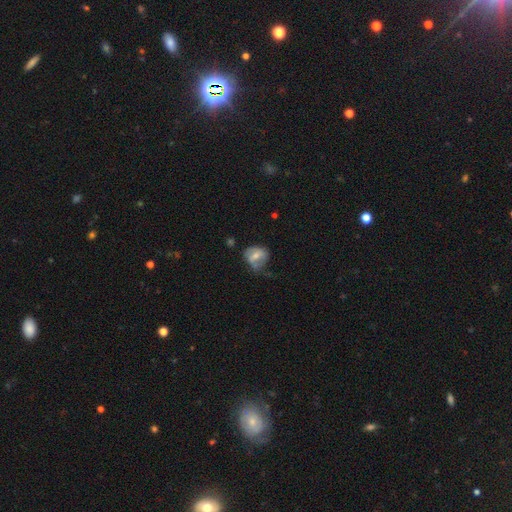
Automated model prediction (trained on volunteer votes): Morphology: type=smooth (50%); roundness=in between (50%); merging=none (43%).